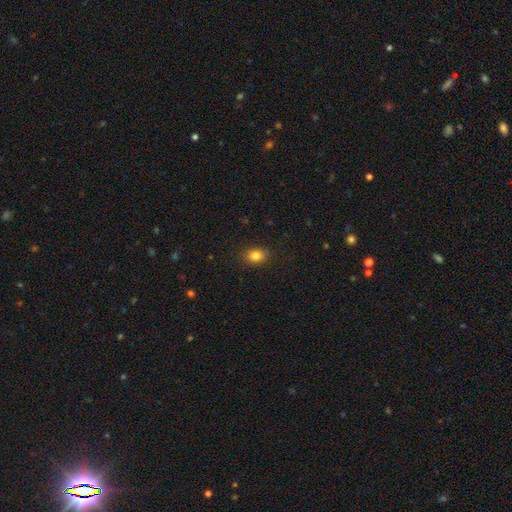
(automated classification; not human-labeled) Smooth or featured?
  - smooth: 84% *
  - star or artifact: 11%
  - featured or disk: 6%
How rounded?
  - in between: 53% *
  - round: 46%
  - cigar-shaped: 1%
Merging?
  - none: 87% *
  - minor disturbance: 9%
  - major disturbance: 2%
  - merger: 1%